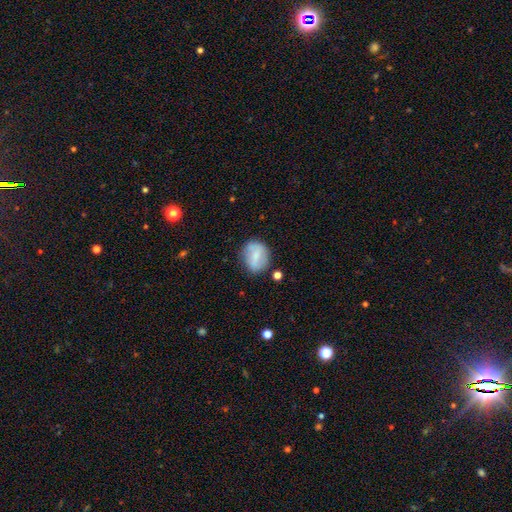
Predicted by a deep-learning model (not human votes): This appears to be a smooth galaxy with no disk features (61%) that is round (55%). Merging: none (72%).